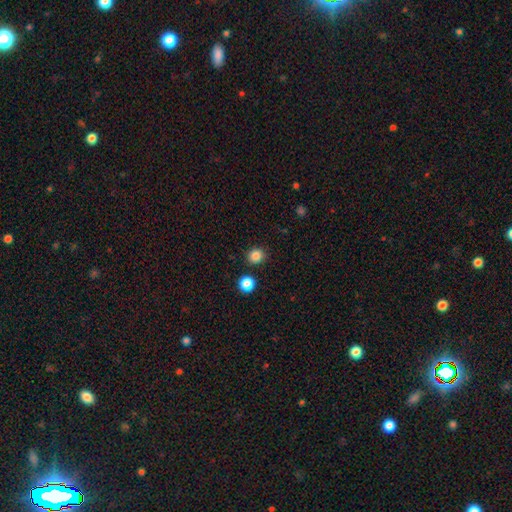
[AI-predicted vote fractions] Q: Smooth or featured?
A: smooth (84%); runner-up: star or artifact (12%)
Q: How rounded?
A: round (88%); runner-up: in between (11%)
Q: Merging?
A: none (89%); runner-up: minor disturbance (6%)